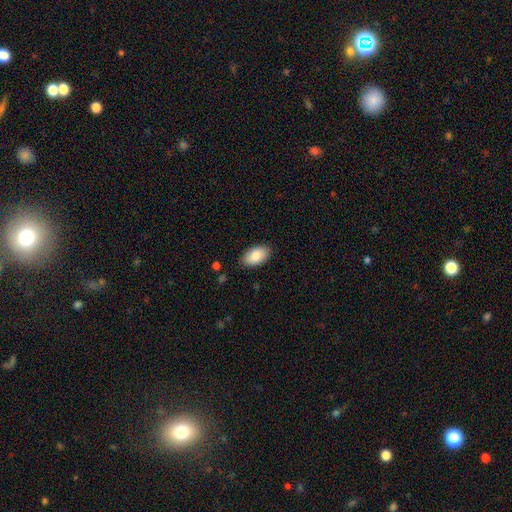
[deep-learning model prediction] Q: Smooth or featured?
A: smooth (86%); runner-up: featured or disk (8%)
Q: How rounded?
A: in between (94%); runner-up: round (4%)
Q: Merging?
A: none (86%); runner-up: minor disturbance (11%)